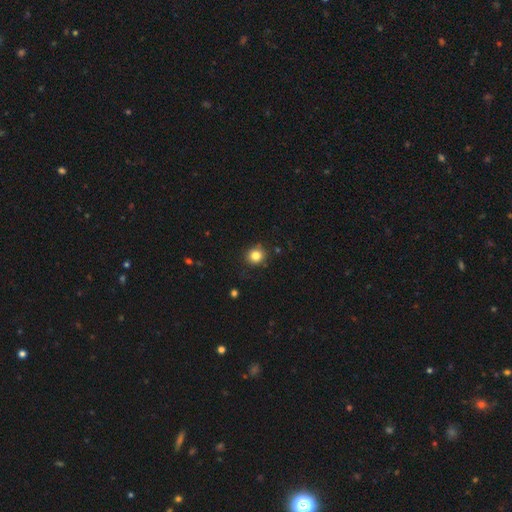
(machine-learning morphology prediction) Smooth or featured? Predicted: smooth (p=0.83). How rounded? Predicted: round (p=0.90). Merging? Predicted: none (p=0.88).